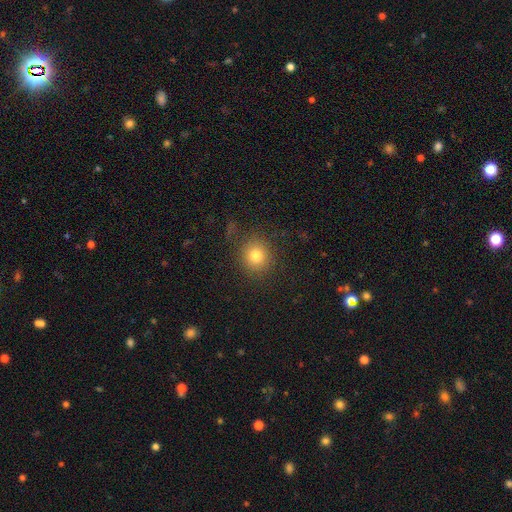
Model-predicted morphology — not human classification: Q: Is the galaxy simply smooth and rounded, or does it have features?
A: smooth — 79%.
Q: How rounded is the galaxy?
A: round — 88%.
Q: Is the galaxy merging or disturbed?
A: none — 85%.